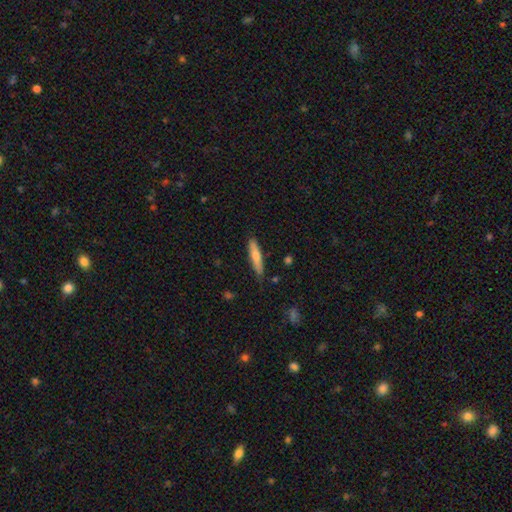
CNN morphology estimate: Smooth or featured?
  - smooth: 73% *
  - featured or disk: 21%
  - star or artifact: 6%
How rounded?
  - cigar-shaped: 84% *
  - in between: 14%
  - round: 1%
Merging?
  - none: 82% *
  - minor disturbance: 14%
  - major disturbance: 2%
  - merger: 2%